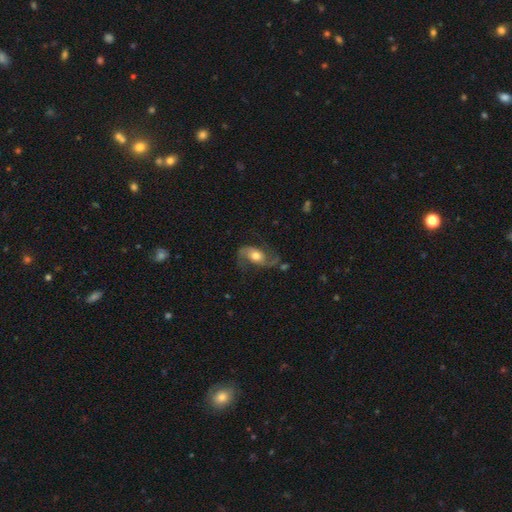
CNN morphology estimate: Smooth or featured?
  - featured or disk: 81% *
  - smooth: 13%
  - star or artifact: 6%
Edge-on disk?
  - no: 96% *
  - yes: 4%
Bar?
  - no: 62% *
  - weak: 29%
  - strong: 9%
Spiral arms?
  - yes: 95% *
  - no: 5%
Spiral winding?
  - loose: 55% *
  - medium: 36%
  - tight: 9%
Spiral arm count?
  - 2: 92% *
  - can't tell: 2%
  - 1: 2%
  - 3: 1%
  - 4: 1%
  - more than 4: 1%
Bulge size?
  - moderate: 64% *
  - large: 22%
  - small: 10%
  - dominant: 2%
  - none: 2%
Merging?
  - none: 69% *
  - minor disturbance: 17%
  - major disturbance: 12%
  - merger: 2%